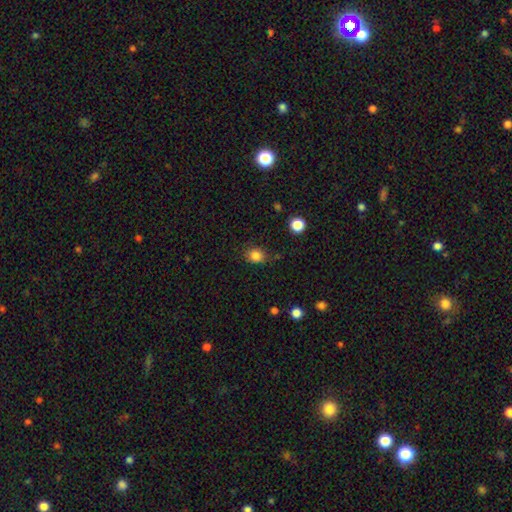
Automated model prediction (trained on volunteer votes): smooth_or_featured: smooth (p=0.83) [alt: star or artifact p=0.12]
how_rounded: round (p=0.69) [alt: in between p=0.30]
merging: none (p=0.76) [alt: minor disturbance p=0.17]